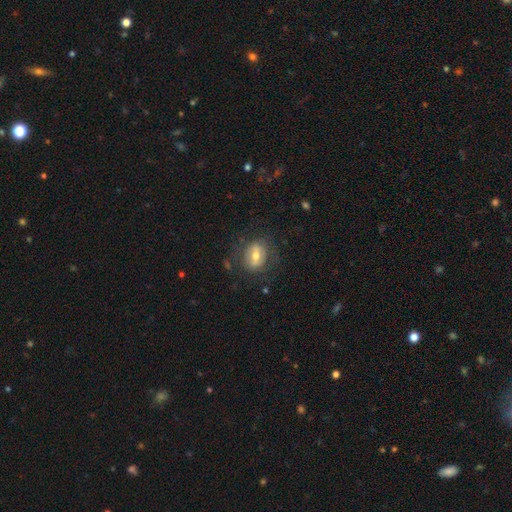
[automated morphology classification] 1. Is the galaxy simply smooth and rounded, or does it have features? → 47% smooth, 43% featured or disk, 10% star or artifact.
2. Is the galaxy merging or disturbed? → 72% none, 16% minor disturbance, 10% major disturbance, 2% merger.